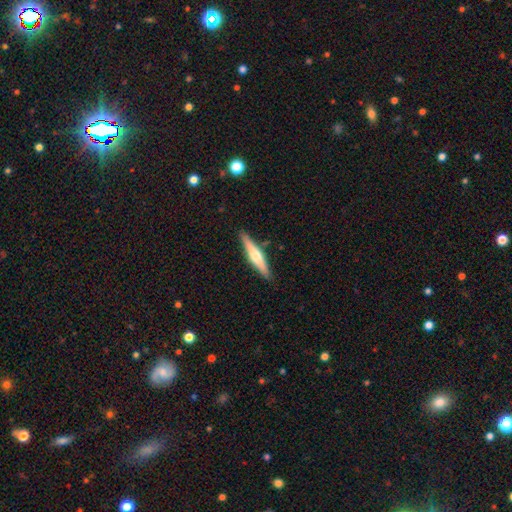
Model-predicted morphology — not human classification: This appears to be a featured or disk galaxy (56%) viewed edge-on (96%) with a rounded central bulge (86%). Merging: none (88%).